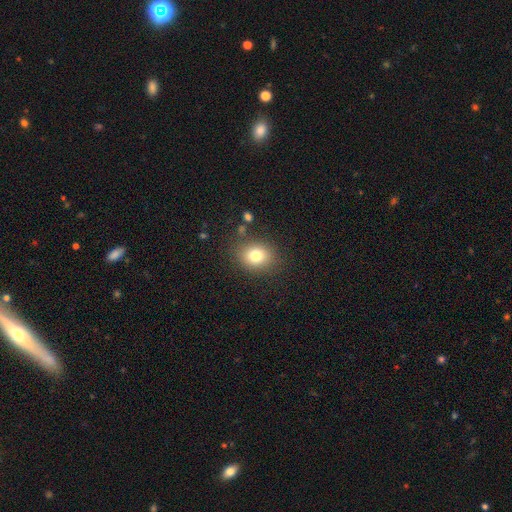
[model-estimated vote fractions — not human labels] Smooth or featured? Predicted: smooth (p=0.79). How rounded? Predicted: round (p=0.56). Merging? Predicted: none (p=0.82).